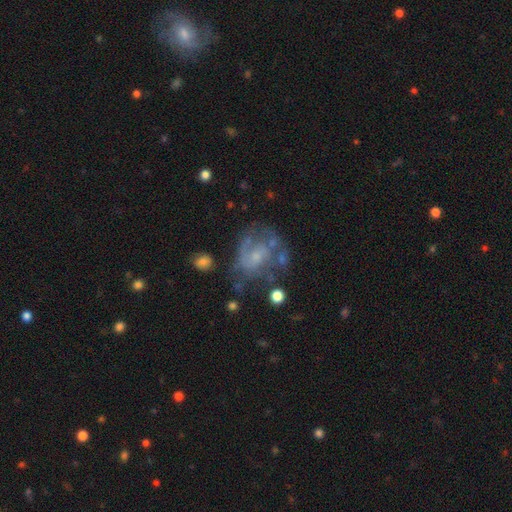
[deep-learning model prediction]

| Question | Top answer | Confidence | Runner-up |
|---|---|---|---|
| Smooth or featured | featured or disk | 67% | smooth (23%) |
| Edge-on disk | no | 98% | yes (2%) |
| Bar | no | 70% | weak (26%) |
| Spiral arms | yes | 64% | no (36%) |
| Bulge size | small | 56% | moderate (25%) |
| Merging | none | 44% | major disturbance (27%) |